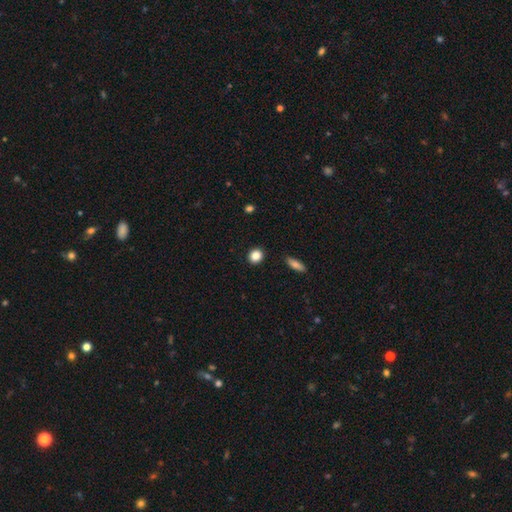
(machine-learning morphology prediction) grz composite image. It shows a smooth galaxy with no disk features (86%) that is round (78%). Merging: none (91%).